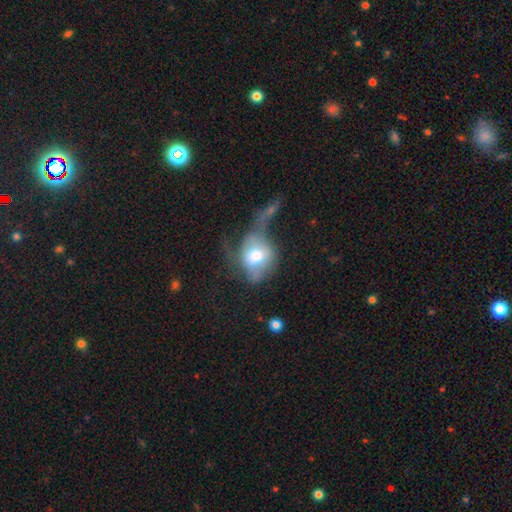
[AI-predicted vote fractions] Overall: smooth (59%; featured or disk 33%). How rounded: in between (53%; round 45%). Merging: major disturbance (46%; none 19%).